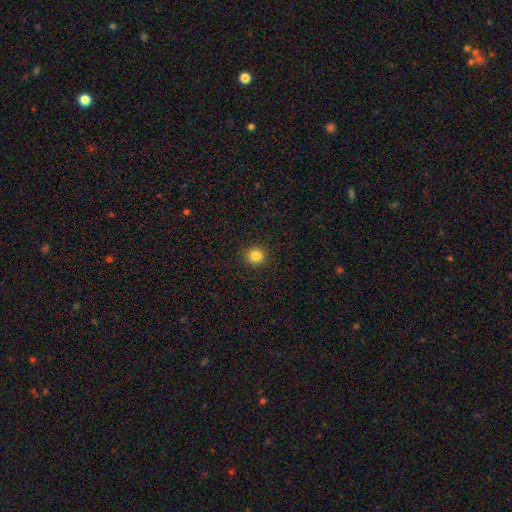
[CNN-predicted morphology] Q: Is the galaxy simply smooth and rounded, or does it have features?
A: smooth — 84%.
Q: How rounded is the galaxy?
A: round — 91%.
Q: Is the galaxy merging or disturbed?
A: none — 92%.